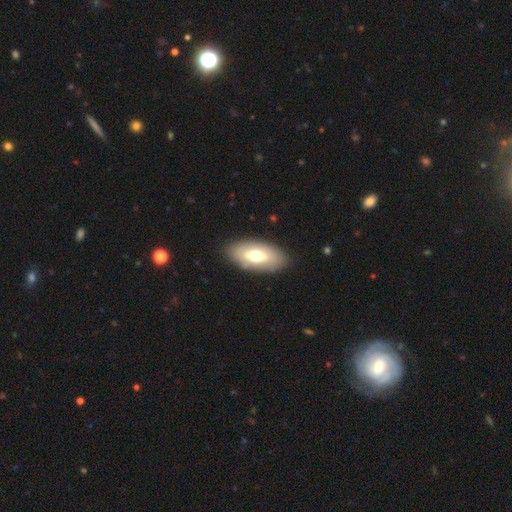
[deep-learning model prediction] smooth_or_featured: smooth (p=0.65) [alt: featured or disk p=0.29]
how_rounded: in between (p=0.91) [alt: cigar-shaped p=0.06]
merging: none (p=0.86) [alt: minor disturbance p=0.10]